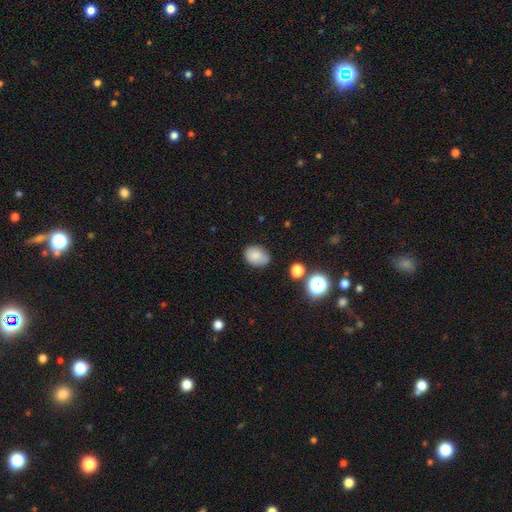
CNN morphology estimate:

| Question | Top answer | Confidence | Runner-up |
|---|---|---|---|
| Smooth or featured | smooth | 79% | featured or disk (11%) |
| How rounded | in between | 70% | round (29%) |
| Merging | none | 75% | minor disturbance (19%) |